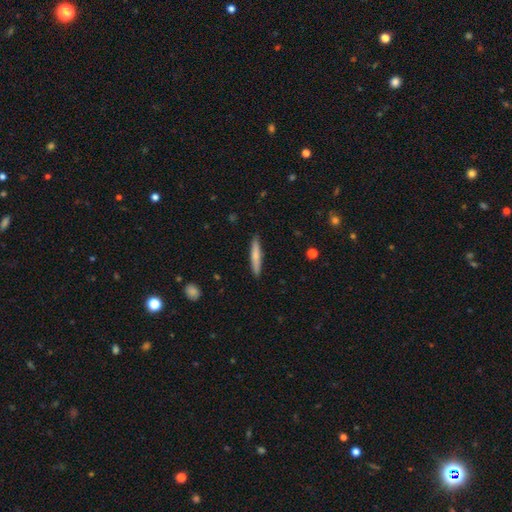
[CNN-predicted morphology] This is likely a smooth galaxy (71%). How rounded: clearly cigar-shaped (92%). Merging: clearly none (90%).